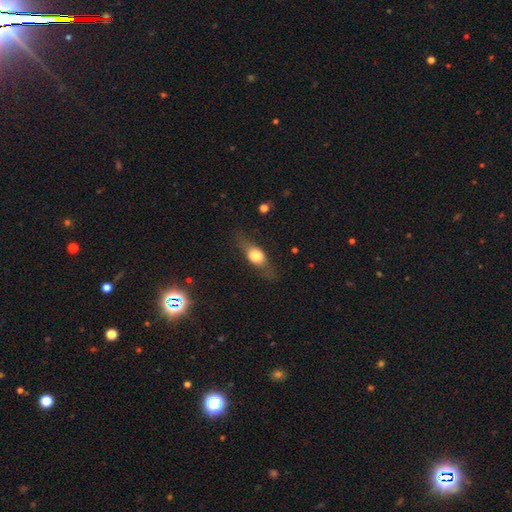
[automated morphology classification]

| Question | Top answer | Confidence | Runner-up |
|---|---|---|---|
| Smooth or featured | smooth | 55% | featured or disk (37%) |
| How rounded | in between | 58% | round (23%) |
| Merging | none | 71% | minor disturbance (18%) |